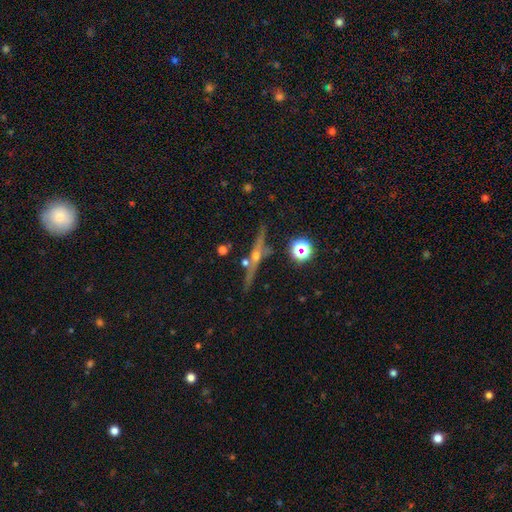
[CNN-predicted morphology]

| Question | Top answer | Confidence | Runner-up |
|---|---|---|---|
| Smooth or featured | featured or disk | 70% | star or artifact (17%) |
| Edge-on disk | yes | 93% | no (7%) |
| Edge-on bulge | rounded | 83% | none (12%) |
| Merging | none | 78% | minor disturbance (11%) |